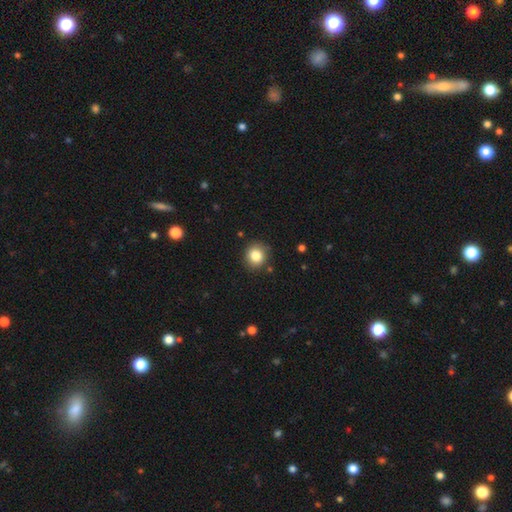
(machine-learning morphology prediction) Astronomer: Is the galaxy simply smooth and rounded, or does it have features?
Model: smooth — 83%.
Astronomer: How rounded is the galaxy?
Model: round — 86%.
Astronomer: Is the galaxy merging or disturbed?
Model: none — 86%.